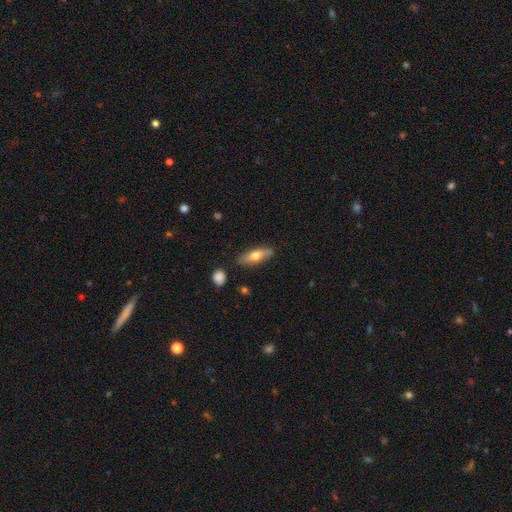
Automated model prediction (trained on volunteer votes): Morphology: type=smooth (60%); roundness=in between (50%); merging=none (84%).